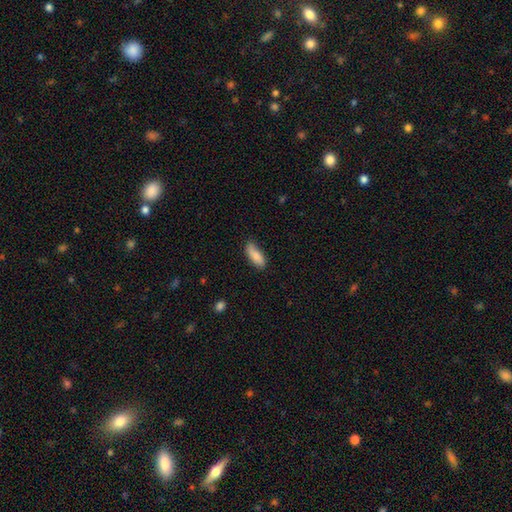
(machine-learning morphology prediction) Q: Smooth or featured?
A: smooth (84%); runner-up: featured or disk (9%)
Q: How rounded?
A: in between (72%); runner-up: cigar-shaped (26%)
Q: Merging?
A: none (73%); runner-up: minor disturbance (22%)